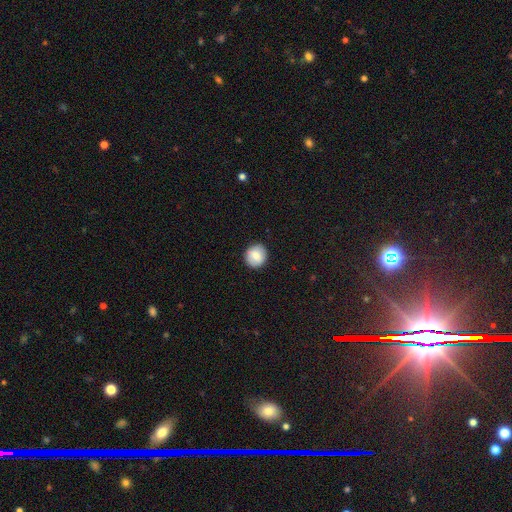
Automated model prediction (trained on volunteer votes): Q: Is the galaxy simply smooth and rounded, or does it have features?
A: smooth — 81%.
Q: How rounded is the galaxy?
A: round — 89%.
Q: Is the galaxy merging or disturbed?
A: none — 90%.